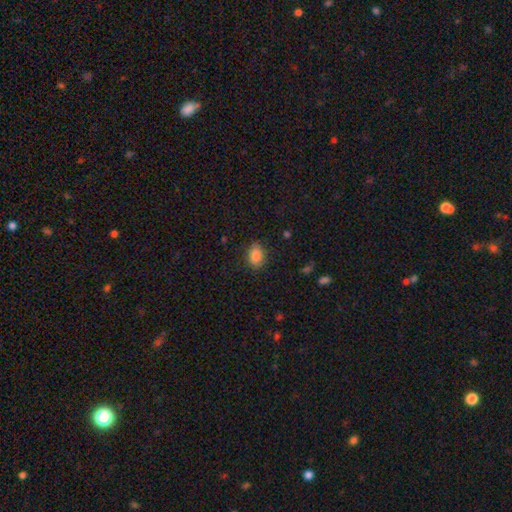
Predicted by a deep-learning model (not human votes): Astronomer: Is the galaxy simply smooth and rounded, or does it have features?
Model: smooth — 85%.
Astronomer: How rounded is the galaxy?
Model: in between — 75%.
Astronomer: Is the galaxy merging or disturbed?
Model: none — 82%.